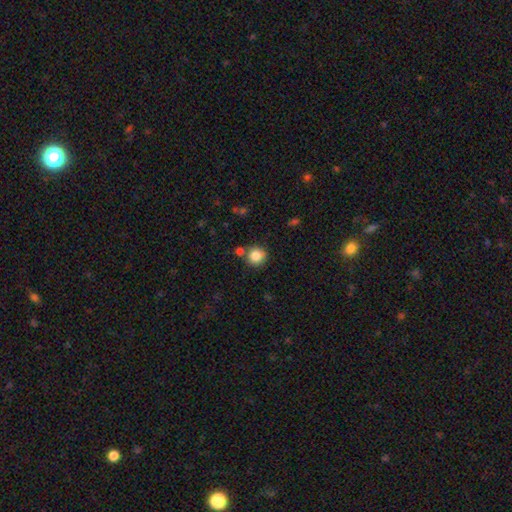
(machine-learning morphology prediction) A smooth galaxy with no disk features (83%) that is round (92%). Merging: none (76%).